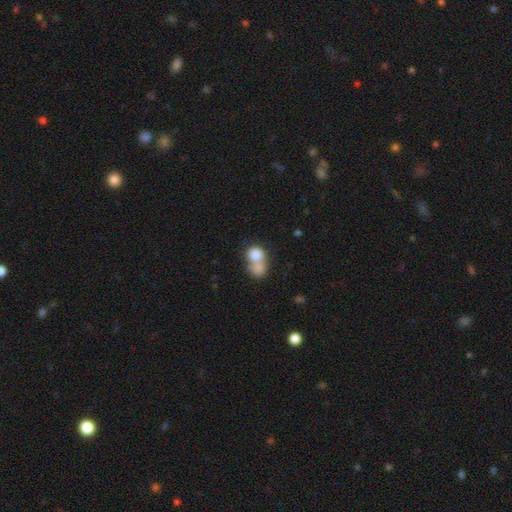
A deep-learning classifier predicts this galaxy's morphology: This is likely a smooth galaxy (80%). How rounded: likely round (62%). Merging: likely merger (66%).